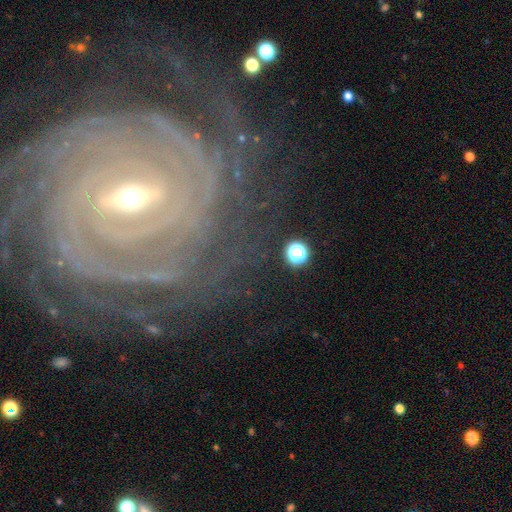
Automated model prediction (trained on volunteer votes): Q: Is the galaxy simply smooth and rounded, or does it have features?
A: featured or disk — 89%.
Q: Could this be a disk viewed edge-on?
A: no — 96%.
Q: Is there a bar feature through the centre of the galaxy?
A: strong — 59%.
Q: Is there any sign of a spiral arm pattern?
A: yes — 97%.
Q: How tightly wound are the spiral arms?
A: tight — 85%.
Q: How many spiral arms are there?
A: more than 4 — 25%.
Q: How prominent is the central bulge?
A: small — 51%.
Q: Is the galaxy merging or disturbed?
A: none — 76%.